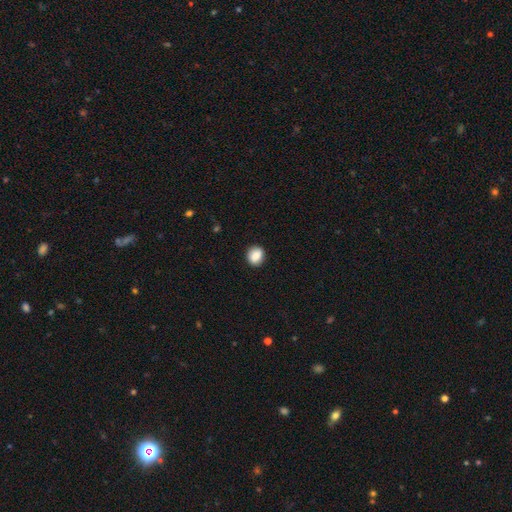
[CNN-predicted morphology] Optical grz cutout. It shows a smooth galaxy with no disk features (88%) that is round (66%). Merging: none (89%).